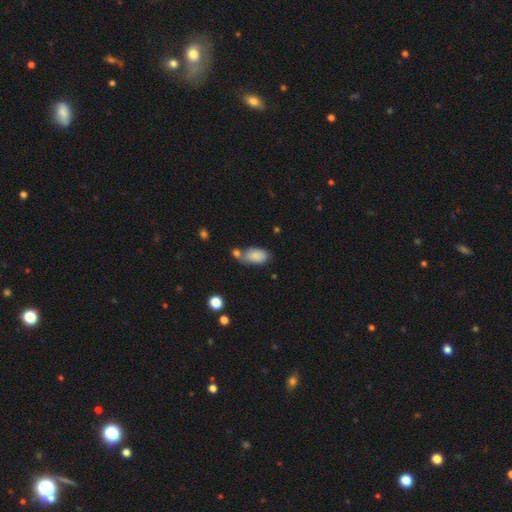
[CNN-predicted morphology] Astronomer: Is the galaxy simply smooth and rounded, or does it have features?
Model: smooth — 83%.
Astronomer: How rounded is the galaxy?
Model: in between — 93%.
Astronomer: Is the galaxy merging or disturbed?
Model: none — 45% (runner-up: merger, 26%).